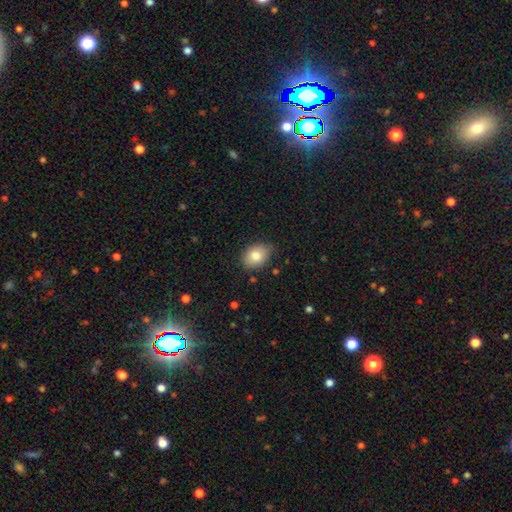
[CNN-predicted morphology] Smooth or featured: smooth — 82% (featured or disk — 10%)
How rounded: in between — 72% (round — 27%)
Merging: none — 78% (minor disturbance — 17%)